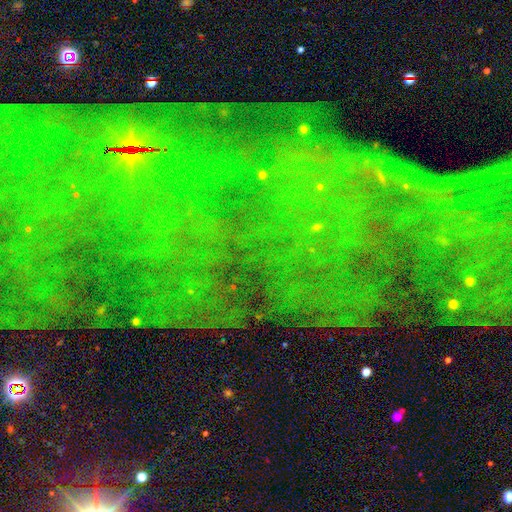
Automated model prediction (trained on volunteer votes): Q: Smooth or featured?
A: star or artifact (77%); runner-up: featured or disk (14%)